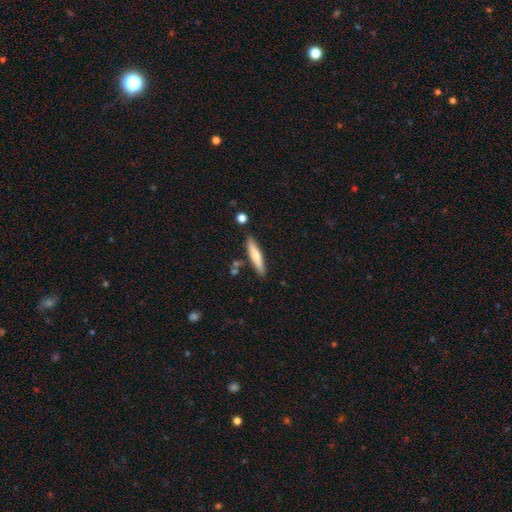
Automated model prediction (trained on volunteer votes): This appears to be a smooth galaxy with no disk features (66%) that is cigar-shaped (87%). Merging: none (83%).